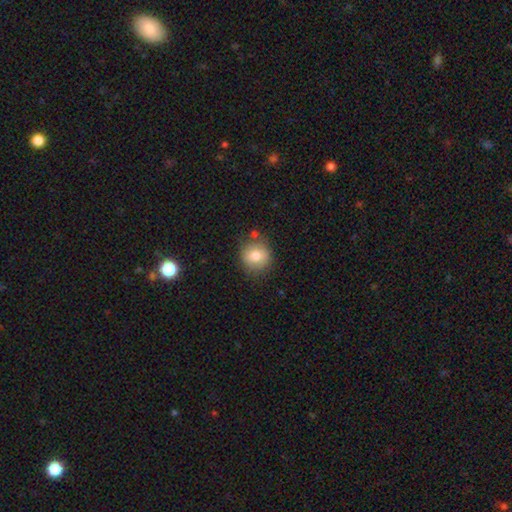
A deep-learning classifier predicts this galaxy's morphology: This appears to be a smooth galaxy with no disk features (79%) that is round (88%). Merging: none (79%).